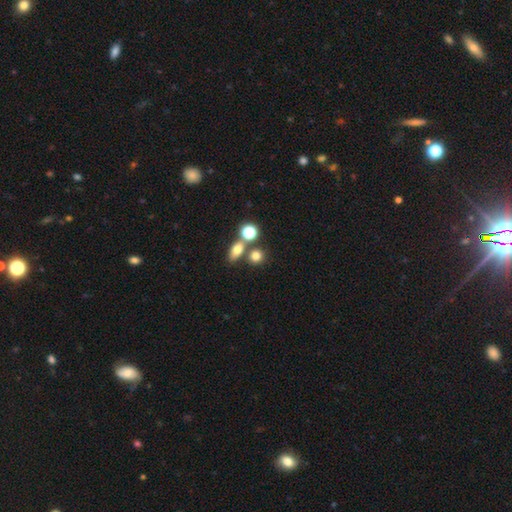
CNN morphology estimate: This appears to be a smooth galaxy with no disk features (75%) that is round (74%). Merging: none (62%).